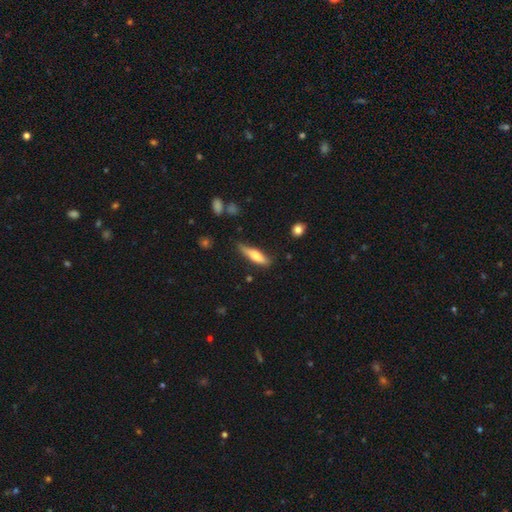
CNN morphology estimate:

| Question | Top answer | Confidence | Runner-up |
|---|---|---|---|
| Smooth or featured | smooth | 65% | featured or disk (29%) |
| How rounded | cigar-shaped | 66% | in between (32%) |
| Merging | none | 68% | minor disturbance (24%) |